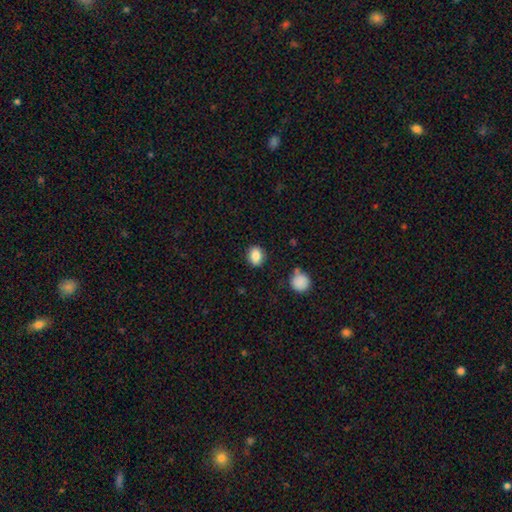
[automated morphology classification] A smooth galaxy with no disk features (86%) that is round (52%).

Vote fractions:
- Smooth or featured? smooth: 86% / star or artifact: 9% / featured or disk: 5%
- How rounded? round: 52% / in between: 46% / cigar-shaped: 1%
- Merging? none: 86% / minor disturbance: 10% / major disturbance: 3% / merger: 2%